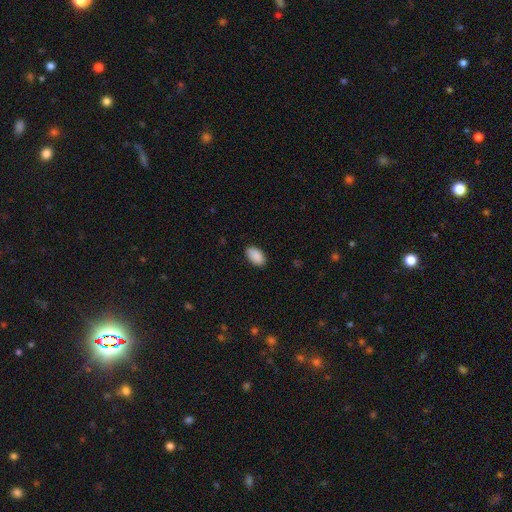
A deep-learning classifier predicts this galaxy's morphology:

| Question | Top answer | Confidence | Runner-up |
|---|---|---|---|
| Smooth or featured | smooth | 90% | star or artifact (7%) |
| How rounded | in between | 95% | round (4%) |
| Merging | none | 87% | minor disturbance (10%) |